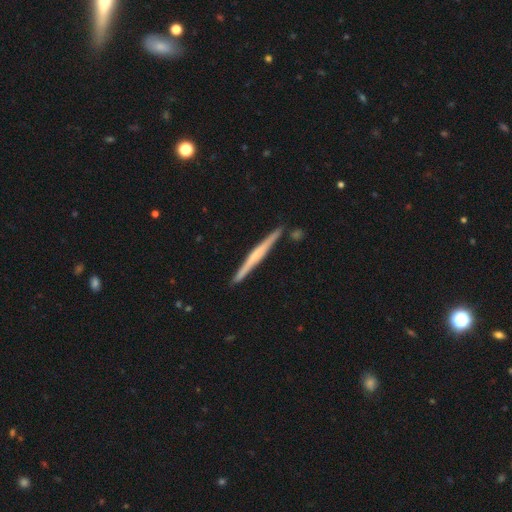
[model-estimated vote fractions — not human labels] This appears to be a featured or disk galaxy (65%) viewed edge-on (98%) with no central bulge (47%). Merging: none (89%).